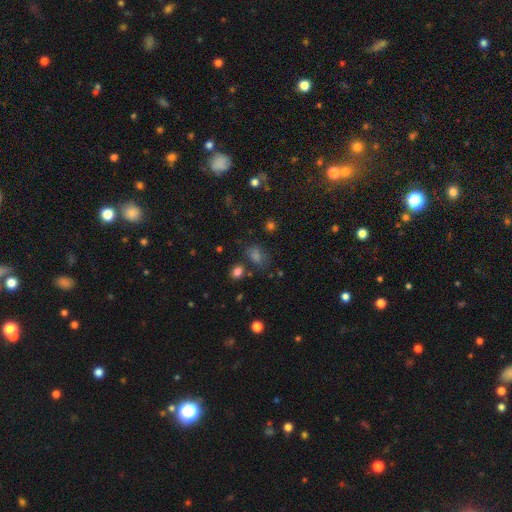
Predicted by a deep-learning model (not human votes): The model was most divided on "how rounded": in between: 57%, round: 41%, cigar-shaped: 2%. More confident: merging — none (73%); smooth or featured — smooth (53%).